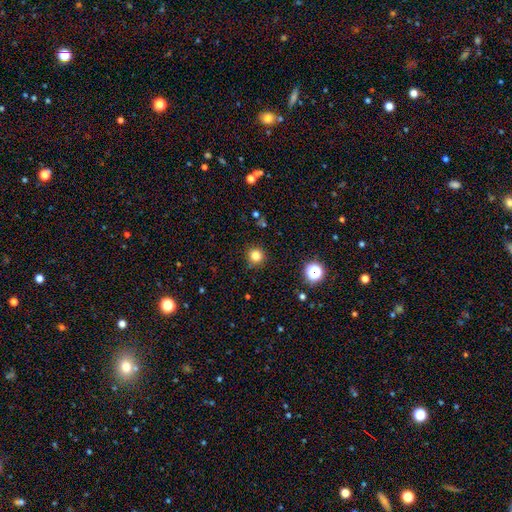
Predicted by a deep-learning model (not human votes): Smooth or featured: smooth — 81% (star or artifact — 14%)
How rounded: round — 94% (in between — 5%)
Merging: none — 90% (minor disturbance — 7%)